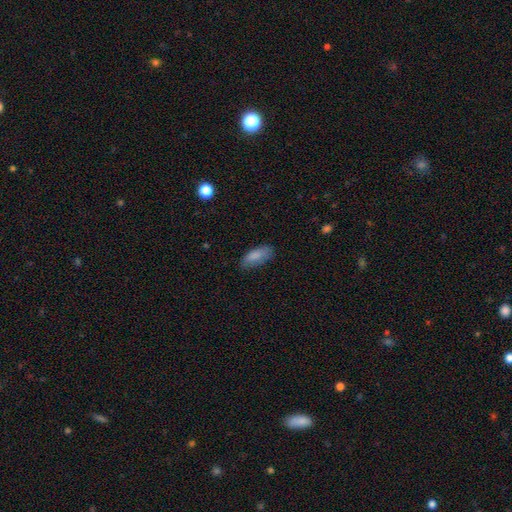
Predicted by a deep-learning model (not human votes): smooth_or_featured: smooth (p=0.85) [alt: featured or disk p=0.08]
how_rounded: in between (p=0.81) [alt: cigar-shaped p=0.17]
merging: none (p=0.73) [alt: minor disturbance p=0.22]